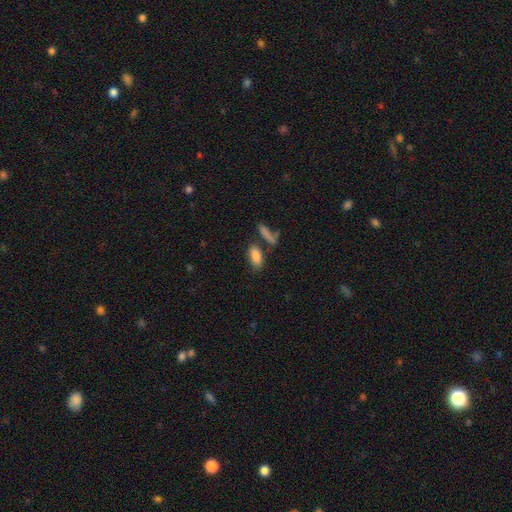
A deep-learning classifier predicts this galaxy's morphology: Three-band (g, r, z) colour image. It shows a smooth galaxy with no disk features (83%) that is in between round and cigar-shaped (82%). Merging: none (64%).